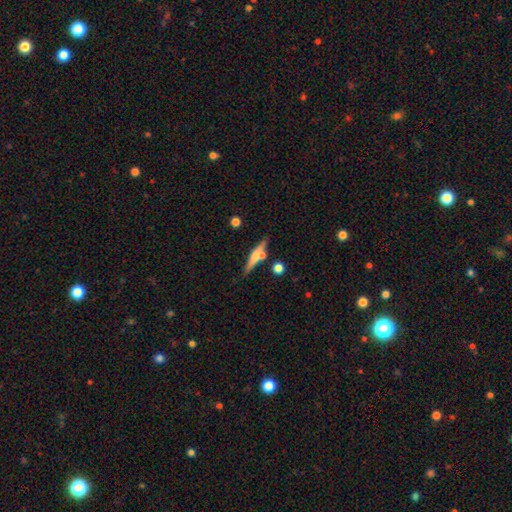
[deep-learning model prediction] Smooth or featured? Predicted: featured or disk (p=0.47). Merging? Predicted: none (p=0.71).